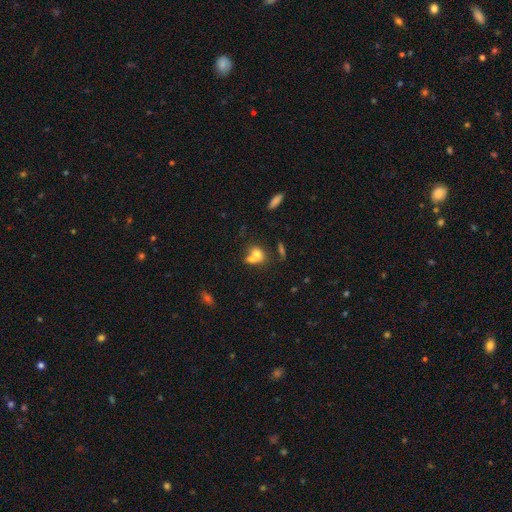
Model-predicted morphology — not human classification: A smooth galaxy with no disk features (69%) that is in between round and cigar-shaped (55%).

Vote fractions:
- Smooth or featured? smooth: 69% / featured or disk: 19% / star or artifact: 12%
- How rounded? in between: 55% / round: 42% / cigar-shaped: 3%
- Merging? merger: 60% / none: 28% / minor disturbance: 8% / major disturbance: 4%